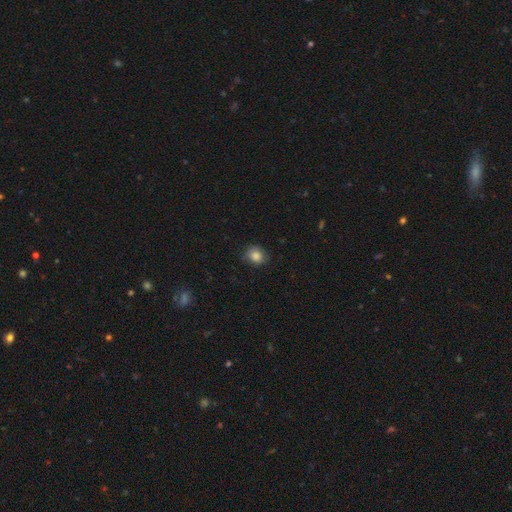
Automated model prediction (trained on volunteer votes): This is clearly a smooth galaxy (85%). How rounded: likely round (68%). Merging: likely none (79%).